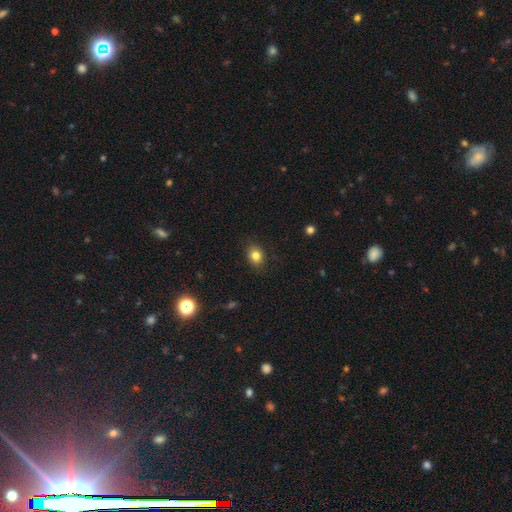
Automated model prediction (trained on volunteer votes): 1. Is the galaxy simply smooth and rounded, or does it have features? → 81% smooth, 11% star or artifact, 7% featured or disk.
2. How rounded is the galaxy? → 55% in between, 44% round, 1% cigar-shaped.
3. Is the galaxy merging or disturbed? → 86% none, 11% minor disturbance, 3% major disturbance, 1% merger.